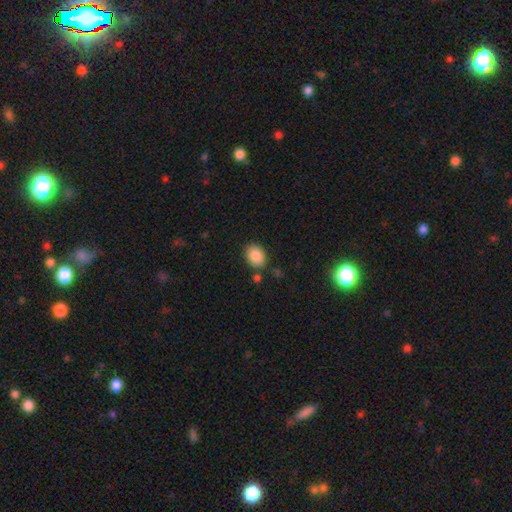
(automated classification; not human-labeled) smooth_or_featured: smooth (p=0.87) [alt: star or artifact p=0.08]
how_rounded: in between (p=0.56) [alt: round p=0.43]
merging: none (p=0.79) [alt: minor disturbance p=0.12]